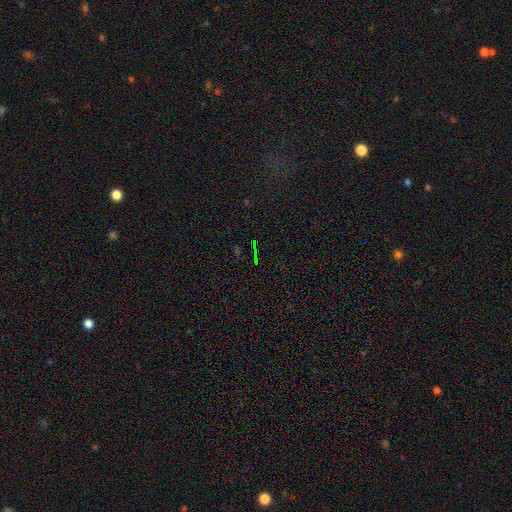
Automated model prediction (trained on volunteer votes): Smooth or featured? star or artifact (74%)